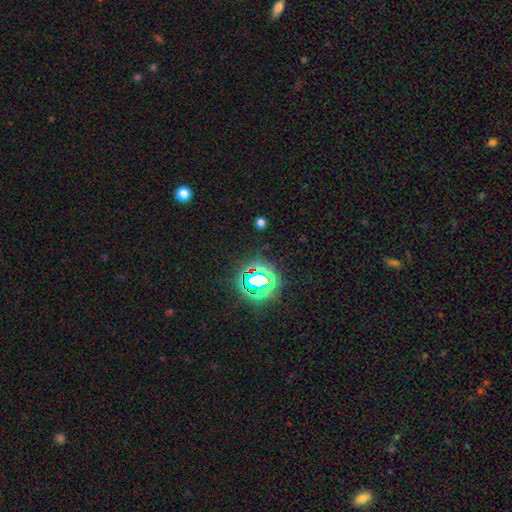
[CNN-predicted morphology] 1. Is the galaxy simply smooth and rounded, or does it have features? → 80% star or artifact, 14% smooth, 6% featured or disk.